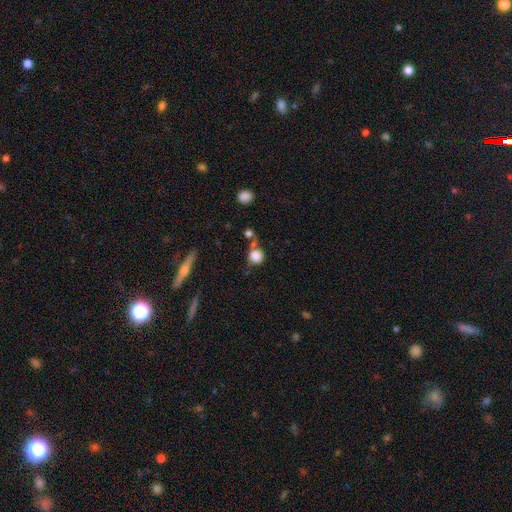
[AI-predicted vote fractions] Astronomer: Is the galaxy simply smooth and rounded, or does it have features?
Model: smooth — 83%.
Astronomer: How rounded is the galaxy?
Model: round — 89%.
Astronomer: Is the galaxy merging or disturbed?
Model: none — 56%.